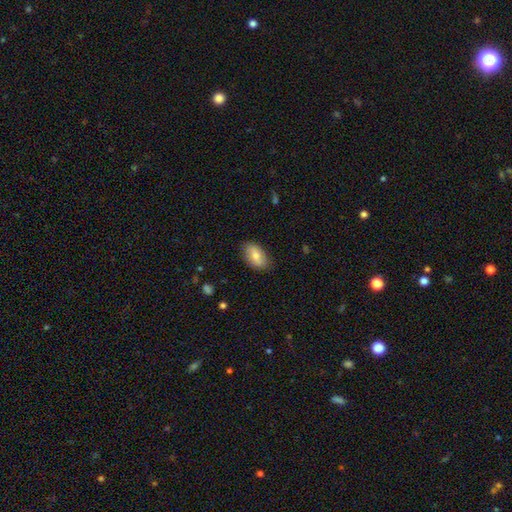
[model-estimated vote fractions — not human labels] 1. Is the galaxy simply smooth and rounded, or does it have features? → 69% smooth, 24% featured or disk, 7% star or artifact.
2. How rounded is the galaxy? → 92% in between, 6% round, 2% cigar-shaped.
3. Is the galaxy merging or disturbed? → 82% none, 15% minor disturbance, 3% major disturbance, 1% merger.